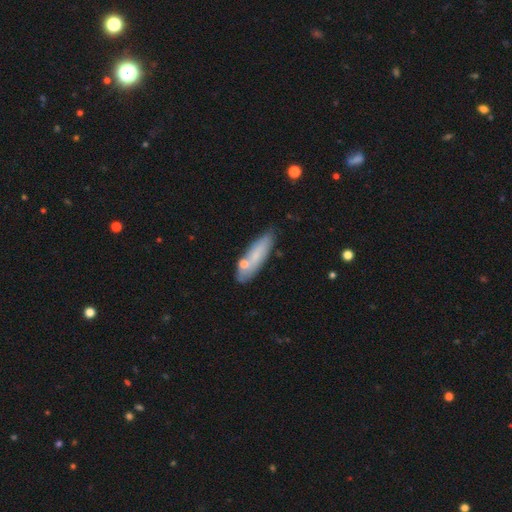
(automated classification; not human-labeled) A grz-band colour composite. It shows a smooth galaxy with no disk features (69%) that is cigar-shaped (61%). Merging: none (71%).